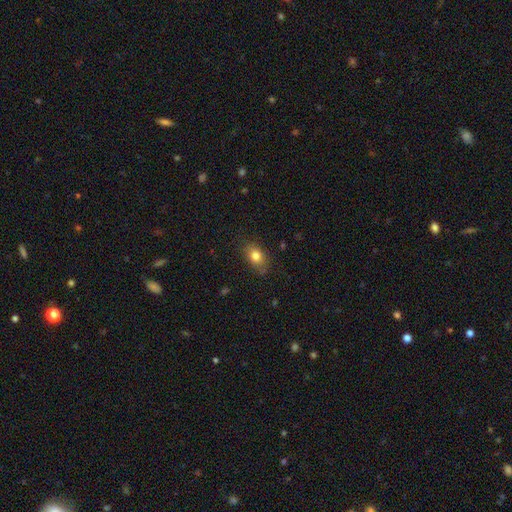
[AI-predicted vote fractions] smooth-or-featured: smooth: 79% | featured or disk: 11% | star or artifact: 10%
  how-rounded: in between: 75% | round: 23% | cigar-shaped: 2%
  merging: none: 78% | minor disturbance: 17% | major disturbance: 4% | merger: 1%